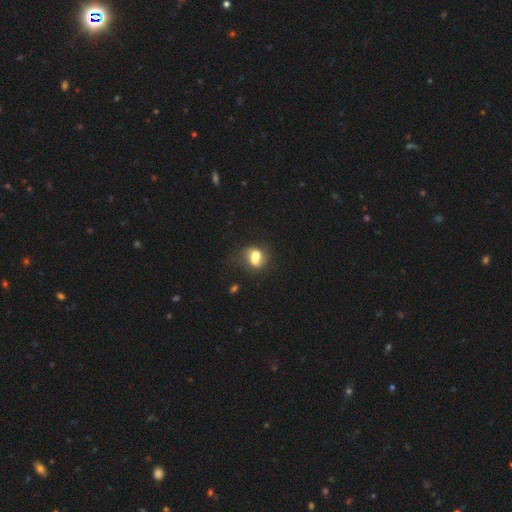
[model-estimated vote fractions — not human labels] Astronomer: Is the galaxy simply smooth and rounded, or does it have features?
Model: smooth — 64%.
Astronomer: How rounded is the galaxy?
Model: in between — 51% (runner-up: round, 47%).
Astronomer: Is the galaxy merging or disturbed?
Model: merger — 35% (runner-up: none, 33%).